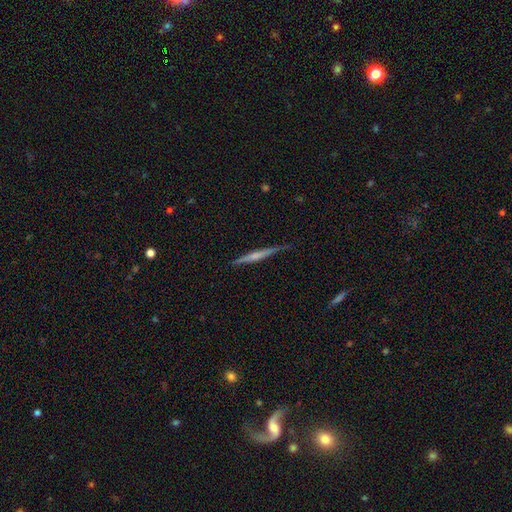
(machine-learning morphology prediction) A featured or disk galaxy (58%) viewed edge-on (97%) with no central bulge (45%).

Vote fractions:
- Smooth or featured? featured or disk: 58% / smooth: 36% / star or artifact: 6%
- Edge-on disk? yes: 97% / no: 3%
- Edge-on bulge? none: 45% / rounded: 41% / boxy: 14%
- Merging? none: 80% / minor disturbance: 16% / major disturbance: 3% / merger: 2%